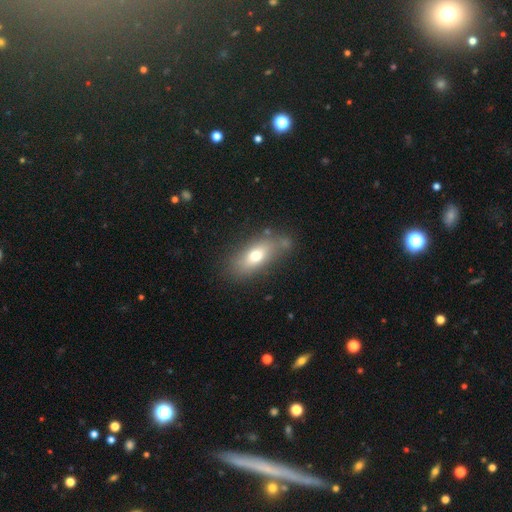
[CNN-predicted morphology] Q: Smooth or featured?
A: smooth (69%); runner-up: featured or disk (22%)
Q: How rounded?
A: in between (77%); runner-up: cigar-shaped (17%)
Q: Merging?
A: none (72%); runner-up: minor disturbance (17%)